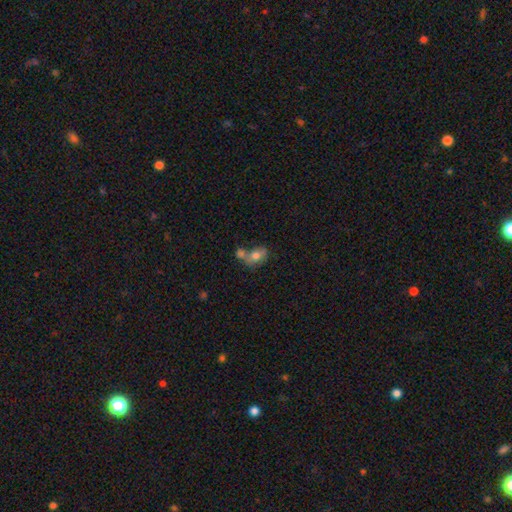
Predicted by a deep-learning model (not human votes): This is likely a smooth galaxy (69%). How rounded: likely in between (70%). Merging: possibly merger (49%).